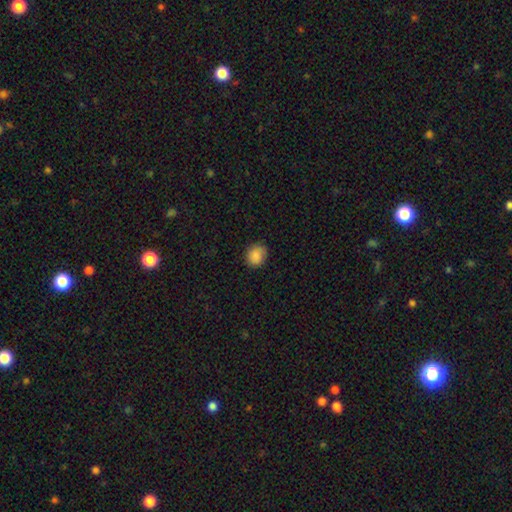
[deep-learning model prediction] Smooth or featured? Predicted: smooth (p=0.88). How rounded? Predicted: round (p=0.66). Merging? Predicted: none (p=0.81).